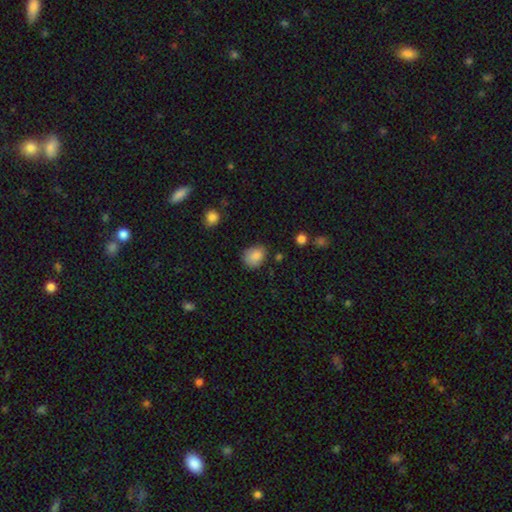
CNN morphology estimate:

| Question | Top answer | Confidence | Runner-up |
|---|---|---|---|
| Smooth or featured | smooth | 84% | star or artifact (9%) |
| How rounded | in between | 53% | round (46%) |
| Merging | none | 68% | minor disturbance (24%) |